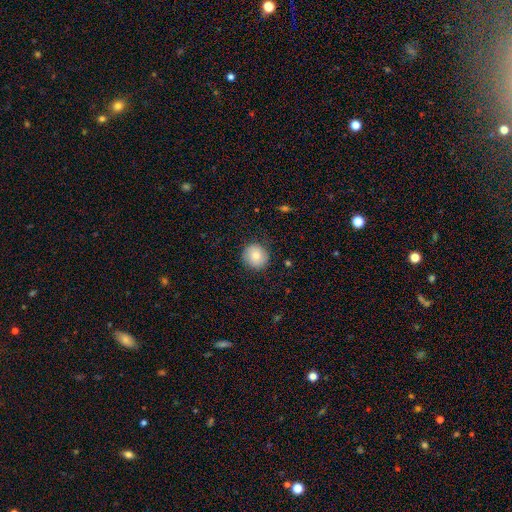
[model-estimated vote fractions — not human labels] This is clearly a smooth galaxy (81%). How rounded: clearly round (90%). Merging: clearly none (85%).